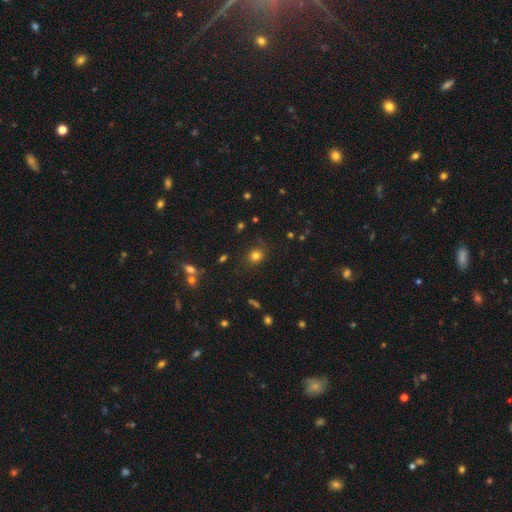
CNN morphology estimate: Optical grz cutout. It shows a smooth galaxy with no disk features (76%) that is round (70%). Merging: none (78%).